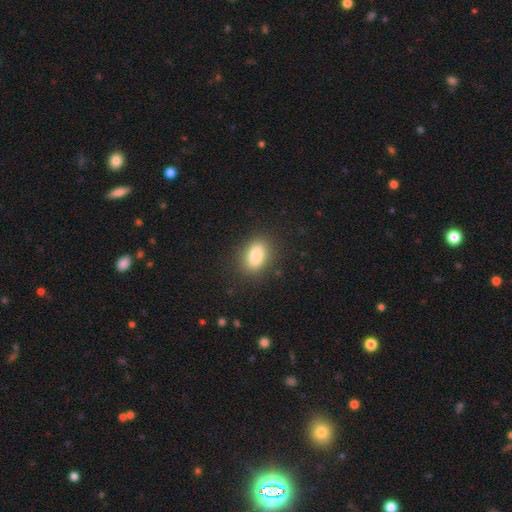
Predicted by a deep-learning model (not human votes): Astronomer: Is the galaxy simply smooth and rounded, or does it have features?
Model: smooth — 87%.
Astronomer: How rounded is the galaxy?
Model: in between — 87%.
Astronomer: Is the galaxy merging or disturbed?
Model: none — 85%.